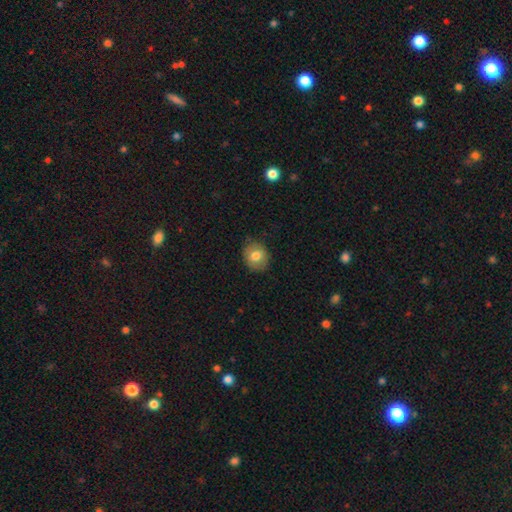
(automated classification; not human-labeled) smooth 79%, featured or disk 13%, star or artifact 9%. Down the decision tree: how rounded — round (66%); merging — none (82%).